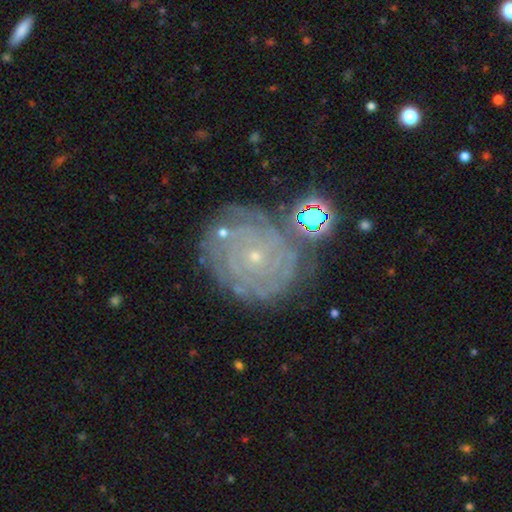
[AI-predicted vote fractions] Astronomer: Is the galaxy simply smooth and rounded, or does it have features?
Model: featured or disk — 79%.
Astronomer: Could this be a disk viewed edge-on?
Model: no — 97%.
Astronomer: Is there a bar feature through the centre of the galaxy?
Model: no — 85%.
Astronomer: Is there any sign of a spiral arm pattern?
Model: yes — 92%.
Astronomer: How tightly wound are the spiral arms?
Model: tight — 85%.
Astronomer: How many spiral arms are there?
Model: can't tell — 41%.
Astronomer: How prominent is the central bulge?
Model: small — 88%.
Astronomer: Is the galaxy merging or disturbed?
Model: none — 76%.